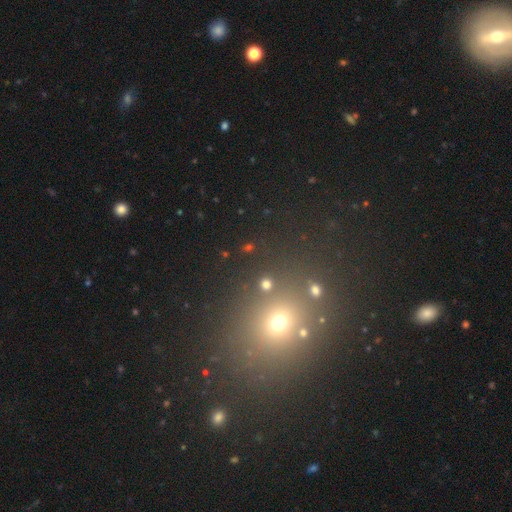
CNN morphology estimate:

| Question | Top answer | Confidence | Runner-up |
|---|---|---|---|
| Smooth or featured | smooth | 48% | star or artifact (42%) |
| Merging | none | 81% | minor disturbance (9%) |